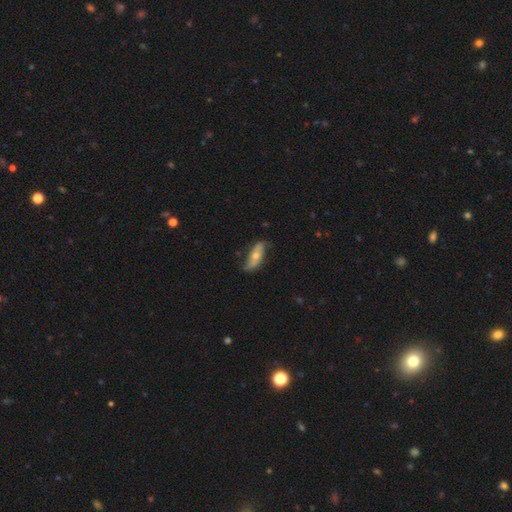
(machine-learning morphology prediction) smooth-or-featured: featured or disk: 62% | smooth: 31% | star or artifact: 6%
  disk-edge-on: no: 80% | yes: 20%
  merging: none: 69% | minor disturbance: 23% | major disturbance: 6% | merger: 2%